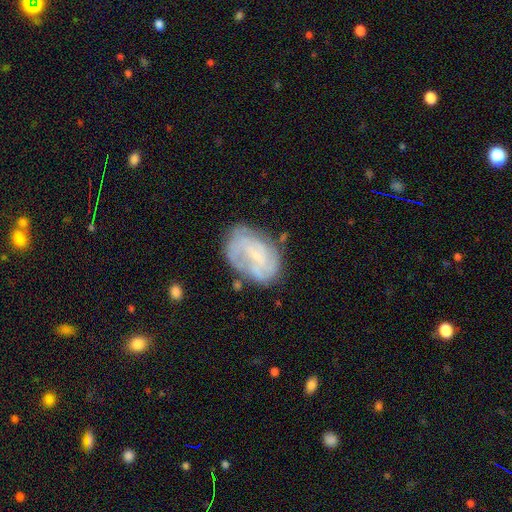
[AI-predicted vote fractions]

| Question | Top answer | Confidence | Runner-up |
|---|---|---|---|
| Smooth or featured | featured or disk | 68% | smooth (25%) |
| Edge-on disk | no | 97% | yes (3%) |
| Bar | no | 49% | weak (40%) |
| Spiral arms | yes | 73% | no (27%) |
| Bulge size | small | 73% | moderate (14%) |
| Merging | none | 61% | minor disturbance (24%) |